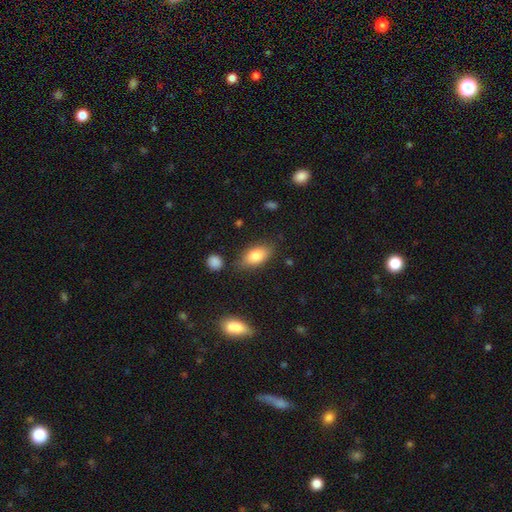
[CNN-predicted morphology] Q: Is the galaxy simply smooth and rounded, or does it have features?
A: smooth — 81%.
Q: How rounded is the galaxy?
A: in between — 88%.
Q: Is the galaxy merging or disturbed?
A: none — 77%.